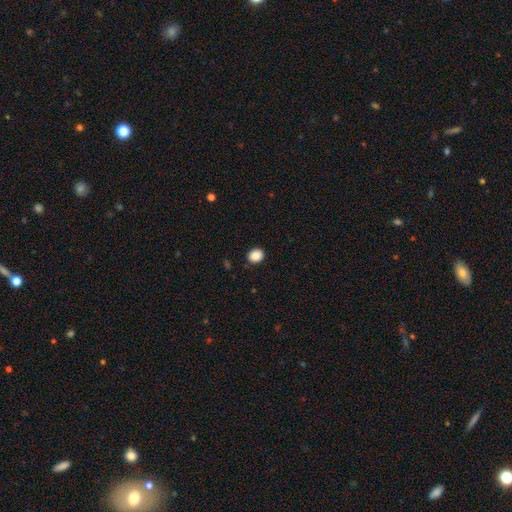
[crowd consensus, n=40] A smooth galaxy with no disk features (85%) that is round (59%).

Vote fractions:
- Smooth or featured? smooth: 85% / featured or disk: 10% / star or artifact: 5%
- How rounded? round: 59% / in between: 41% / cigar-shaped: 0%
- Merging? none: 97% / minor disturbance: 3% / major disturbance: 0% / merger: 0%